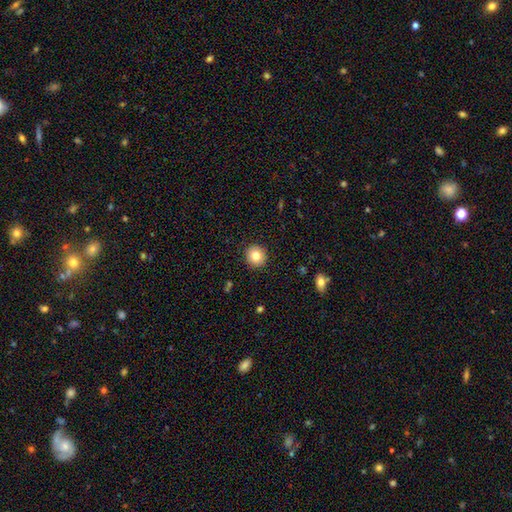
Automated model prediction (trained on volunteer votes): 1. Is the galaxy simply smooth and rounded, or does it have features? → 82% smooth, 9% star or artifact, 9% featured or disk.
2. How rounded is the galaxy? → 89% round, 10% in between, 1% cigar-shaped.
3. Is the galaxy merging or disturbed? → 92% none, 6% minor disturbance, 2% major disturbance, 1% merger.